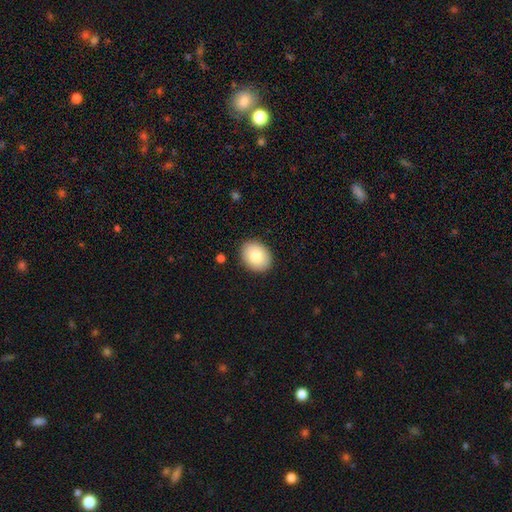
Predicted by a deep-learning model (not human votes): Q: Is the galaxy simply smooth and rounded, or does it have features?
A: smooth — 82%.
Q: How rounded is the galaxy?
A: in between — 67%.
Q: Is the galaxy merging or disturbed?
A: none — 89%.